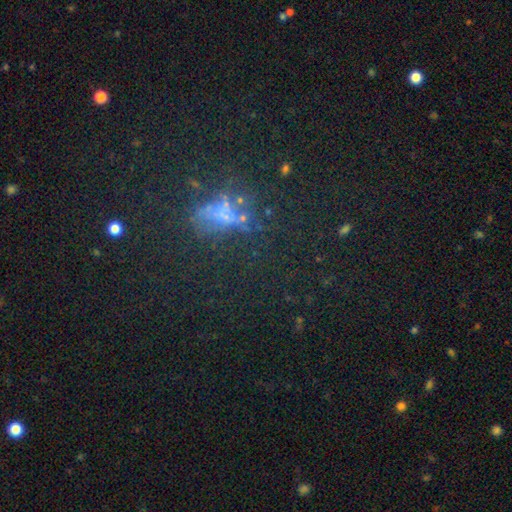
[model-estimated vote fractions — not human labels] Overall: star or artifact (47%; smooth 33%).